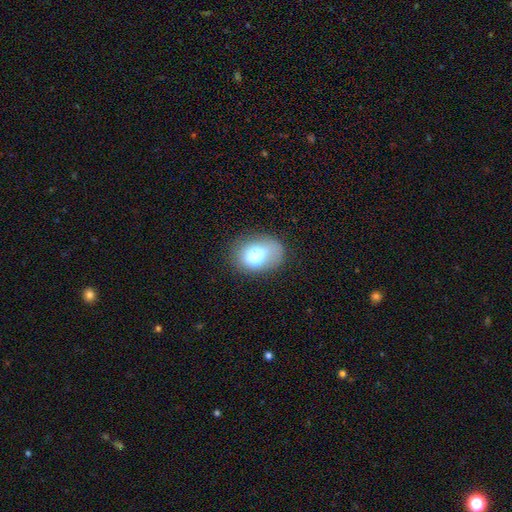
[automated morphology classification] Smooth or featured? Predicted: smooth (p=0.73). How rounded? Predicted: in between (p=0.72). Merging? Predicted: none (p=0.65).